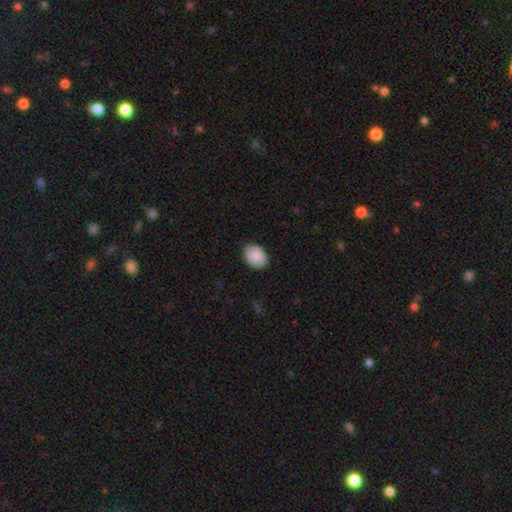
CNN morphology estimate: type=smooth (90%); roundness=in between (68%); merging=none (85%).